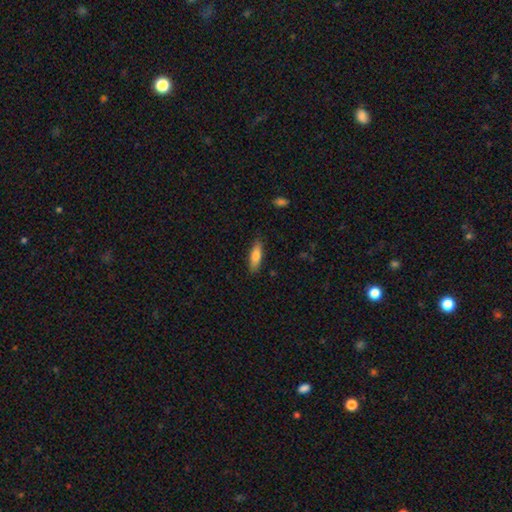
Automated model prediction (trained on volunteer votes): smooth_or_featured: smooth (p=0.76) [alt: featured or disk p=0.18]
how_rounded: cigar-shaped (p=0.49) [tied with: in between p=0.49]
merging: none (p=0.86) [alt: minor disturbance p=0.11]